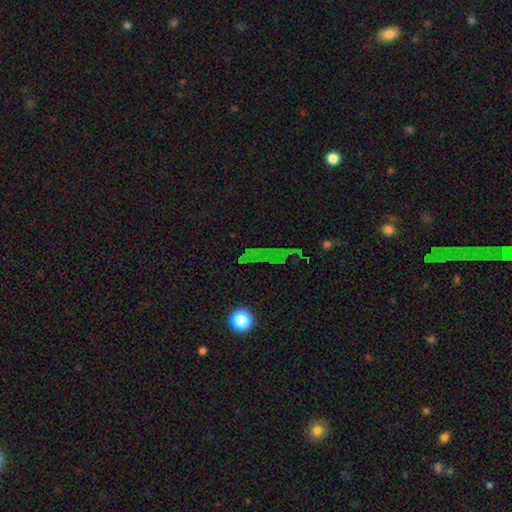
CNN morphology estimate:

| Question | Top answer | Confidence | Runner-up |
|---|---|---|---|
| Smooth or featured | star or artifact | 60% | smooth (24%) |